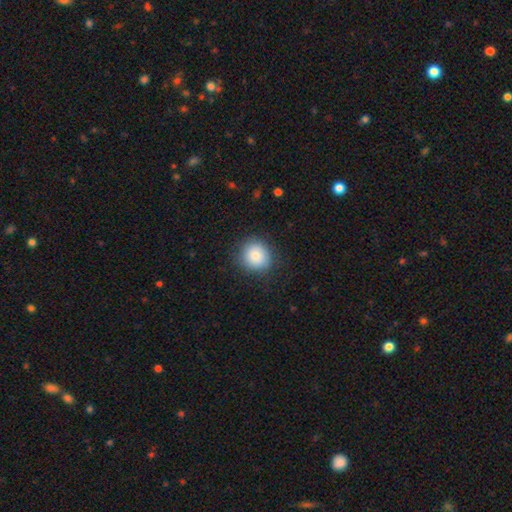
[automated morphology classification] This is clearly a smooth galaxy (83%). How rounded: clearly round (83%). Merging: clearly none (84%).